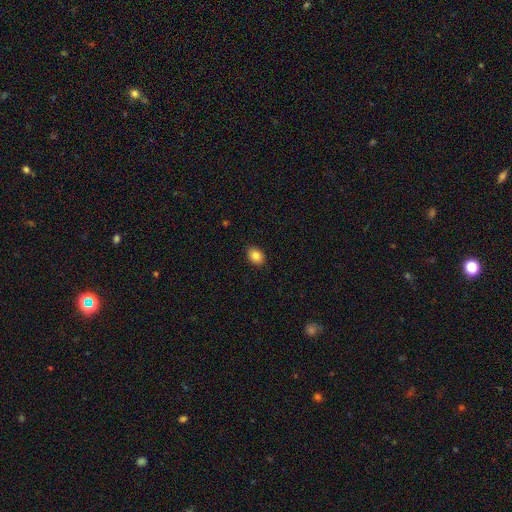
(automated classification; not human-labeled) A smooth galaxy with no disk features (86%) that is in between round and cigar-shaped (75%).

Vote fractions:
- Smooth or featured? smooth: 86% / star or artifact: 9% / featured or disk: 6%
- How rounded? in between: 75% / round: 24% / cigar-shaped: 1%
- Merging? none: 89% / minor disturbance: 9% / major disturbance: 2% / merger: 1%